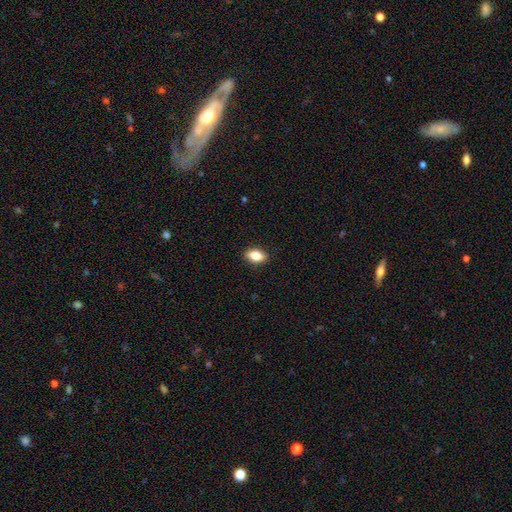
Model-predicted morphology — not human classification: This appears to be a smooth galaxy with no disk features (81%) that is in between round and cigar-shaped (87%). Merging: none (89%).